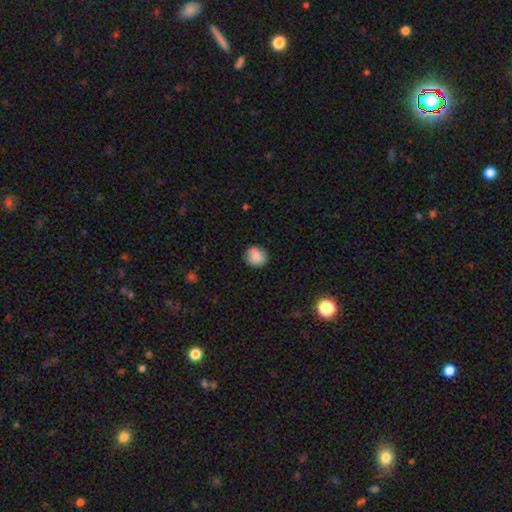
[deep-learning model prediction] The model was most divided on "merging": none: 69%, minor disturbance: 17%, merger: 9%, major disturbance: 4%. More confident: smooth or featured — smooth (82%); how rounded — round (80%).